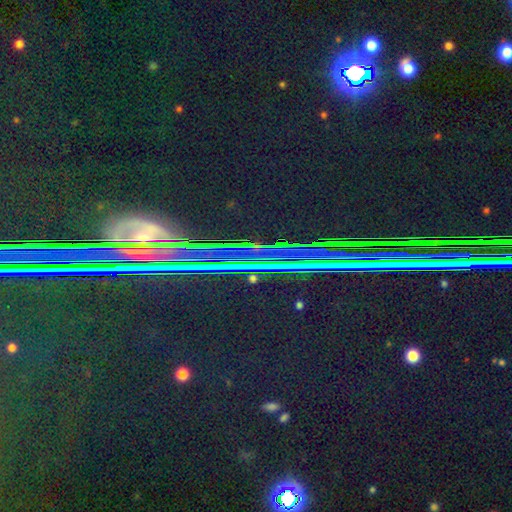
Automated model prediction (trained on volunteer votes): Overall: star or artifact (80%).